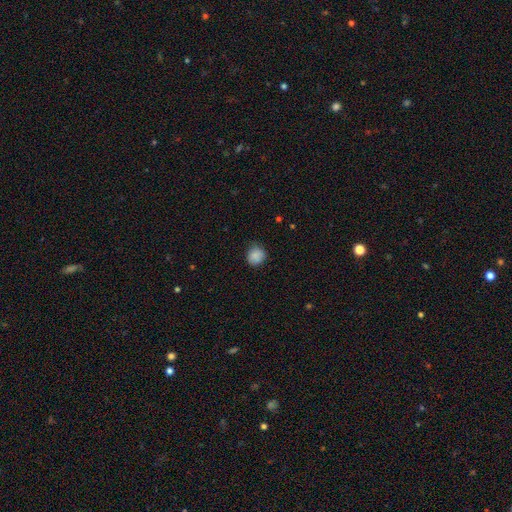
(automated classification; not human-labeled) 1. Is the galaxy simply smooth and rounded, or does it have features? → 87% smooth, 9% star or artifact, 4% featured or disk.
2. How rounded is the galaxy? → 84% round, 15% in between, 1% cigar-shaped.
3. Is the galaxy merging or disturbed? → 80% none, 16% minor disturbance, 3% major disturbance, 1% merger.